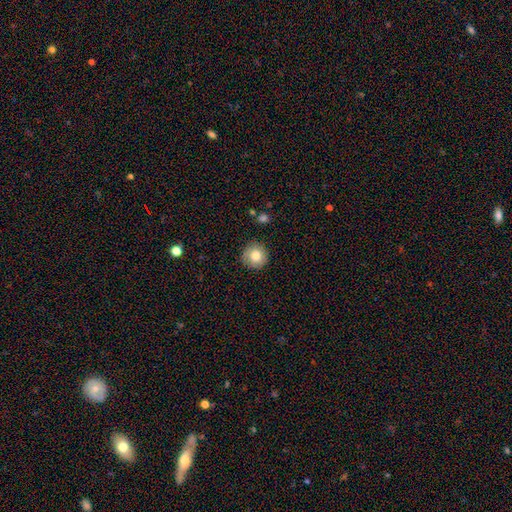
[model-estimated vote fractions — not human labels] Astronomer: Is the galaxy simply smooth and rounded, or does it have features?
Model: smooth — 81%.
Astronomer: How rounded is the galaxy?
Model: round — 94%.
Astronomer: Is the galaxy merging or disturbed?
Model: none — 87%.